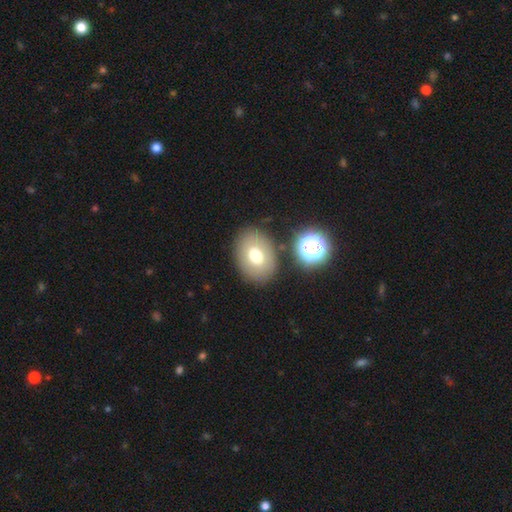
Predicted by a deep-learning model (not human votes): smooth 70%, featured or disk 20%, star or artifact 10%. Down the decision tree: how rounded — in between (71%); merging — none (81%).